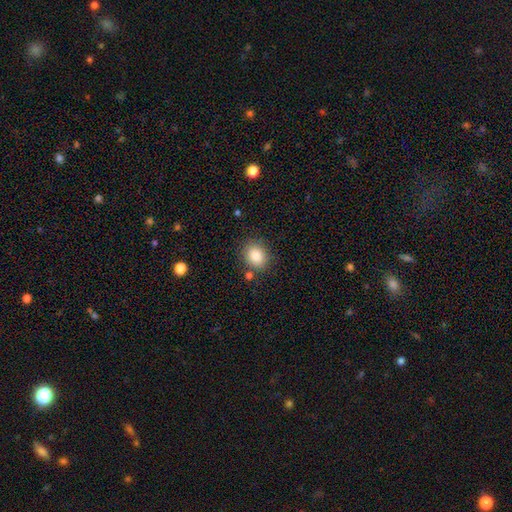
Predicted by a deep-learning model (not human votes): Overall: smooth (85%). How rounded: round (61%; in between 38%). Merging: none (82%).